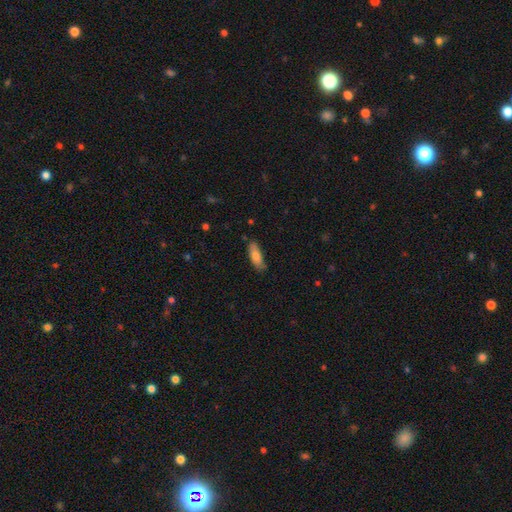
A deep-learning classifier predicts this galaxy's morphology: This is likely a smooth galaxy (77%). How rounded: likely in between (61%). Merging: likely none (75%).